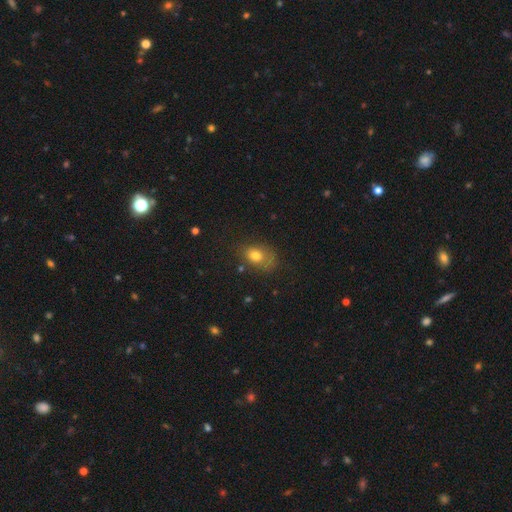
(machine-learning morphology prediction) smooth 75%, featured or disk 14%, star or artifact 11%. Down the decision tree: how rounded — in between (69%); merging — none (53%).